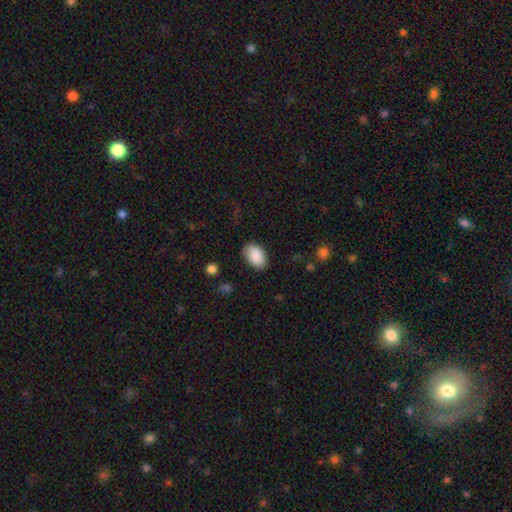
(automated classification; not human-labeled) Morphology: type=smooth (89%); roundness=in between (90%); merging=none (82%).